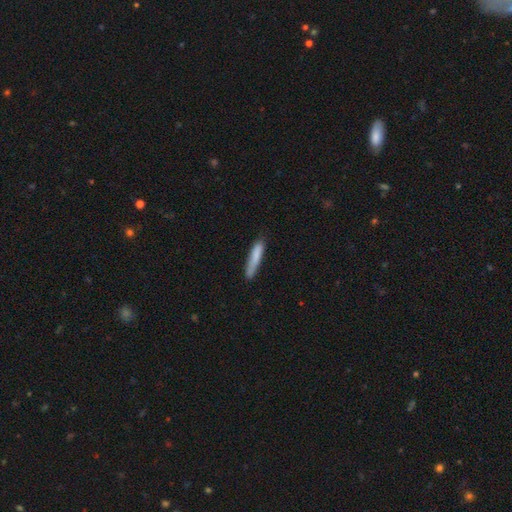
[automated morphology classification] The model was most divided on "merging": none: 74%, minor disturbance: 20%, major disturbance: 4%, merger: 2%. More confident: how rounded — cigar-shaped (89%); smooth or featured — smooth (82%).